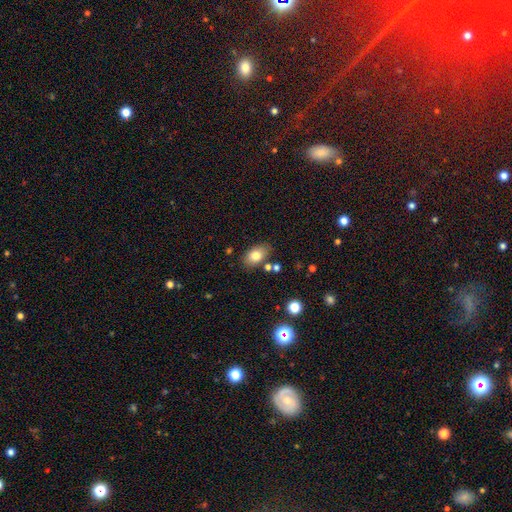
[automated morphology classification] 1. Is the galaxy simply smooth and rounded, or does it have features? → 79% smooth, 13% featured or disk, 9% star or artifact.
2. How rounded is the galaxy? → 87% in between, 12% round, 1% cigar-shaped.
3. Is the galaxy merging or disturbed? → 77% none, 14% minor disturbance, 6% merger, 3% major disturbance.